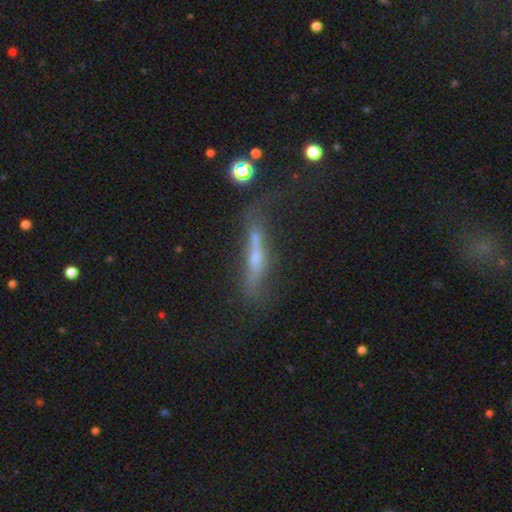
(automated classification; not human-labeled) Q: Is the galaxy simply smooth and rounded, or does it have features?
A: featured or disk — 59%.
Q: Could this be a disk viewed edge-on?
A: yes — 79%.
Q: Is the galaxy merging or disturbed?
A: none — 45%.